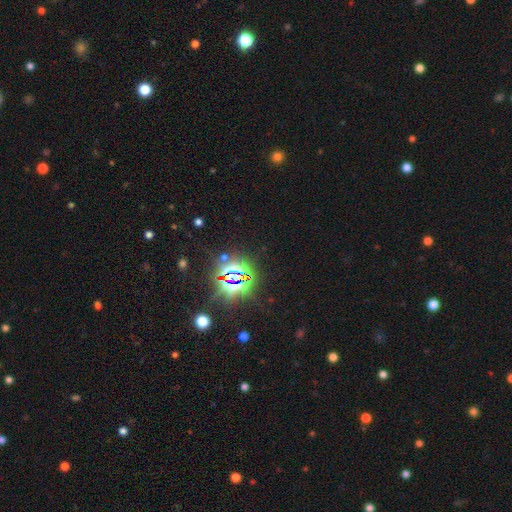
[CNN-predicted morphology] smooth_or_featured: star or artifact (p=0.82) [alt: smooth p=0.11]